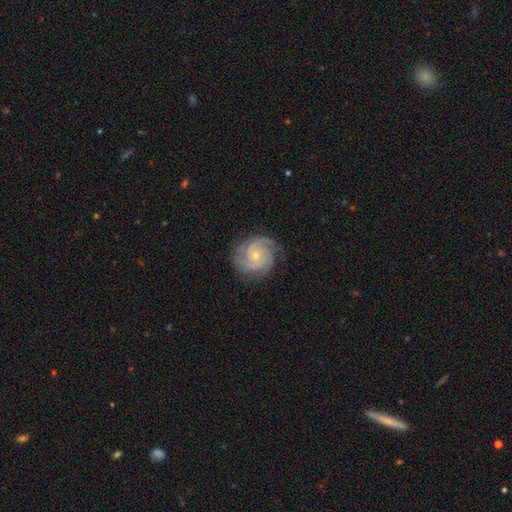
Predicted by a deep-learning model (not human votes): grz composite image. It shows a featured or disk galaxy (88%) with no bar (77%), 3 (48%) tight (62%) spiral arms (98%) and a small central bulge (68%). Merging: none (79%).